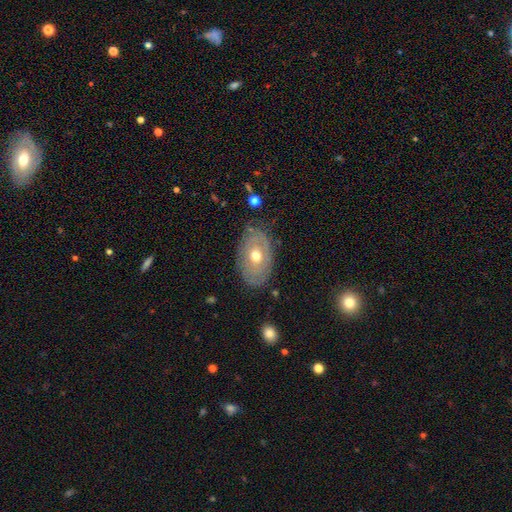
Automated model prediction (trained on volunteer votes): Q: Smooth or featured?
A: featured or disk (57%); runner-up: smooth (37%)
Q: Edge-on disk?
A: no (91%); runner-up: yes (9%)
Q: Bar?
A: no (86%); runner-up: weak (11%)
Q: Spiral arms?
A: no (63%); runner-up: yes (37%)
Q: Bulge size?
A: moderate (75%); runner-up: small (19%)
Q: Merging?
A: none (75%); runner-up: minor disturbance (18%)